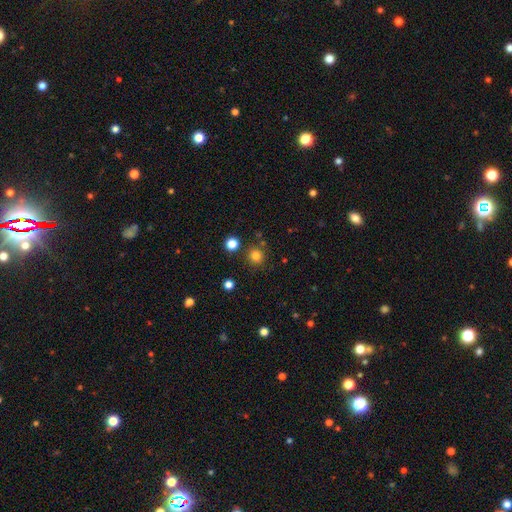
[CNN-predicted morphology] A smooth galaxy with no disk features (81%) that is round (93%). Merging: none (86%).